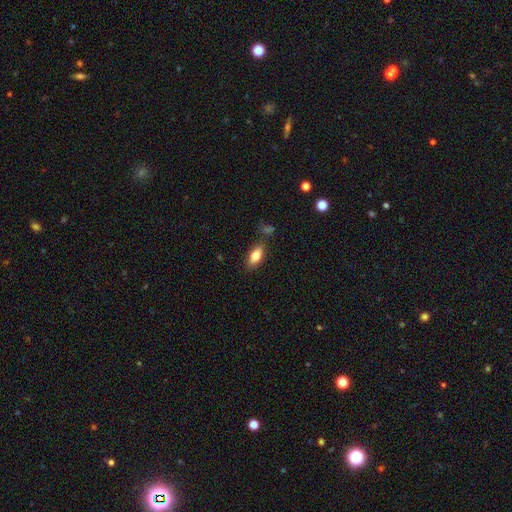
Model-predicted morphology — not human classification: type=smooth (80%); roundness=in between (87%); merging=none (80%).